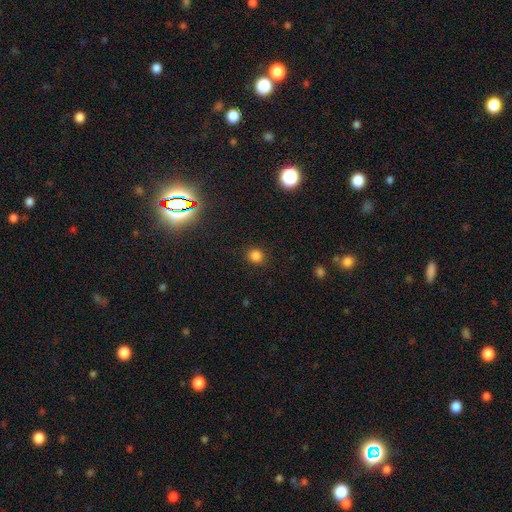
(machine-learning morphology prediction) Smooth or featured? smooth (82%)
How rounded? round (86%)
Merging? none (88%)